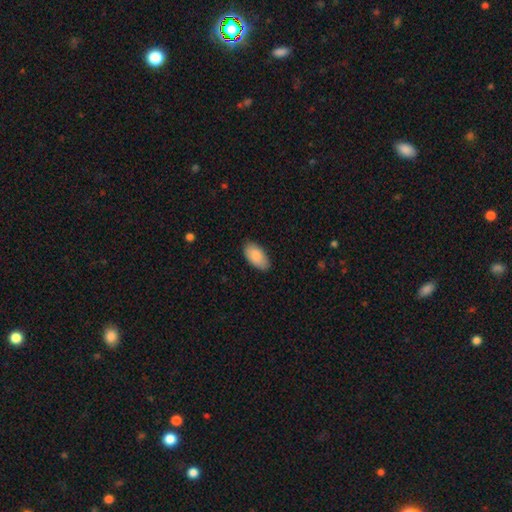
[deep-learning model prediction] Smooth or featured? Predicted: smooth (p=0.88). How rounded? Predicted: in between (p=0.95). Merging? Predicted: none (p=0.85).